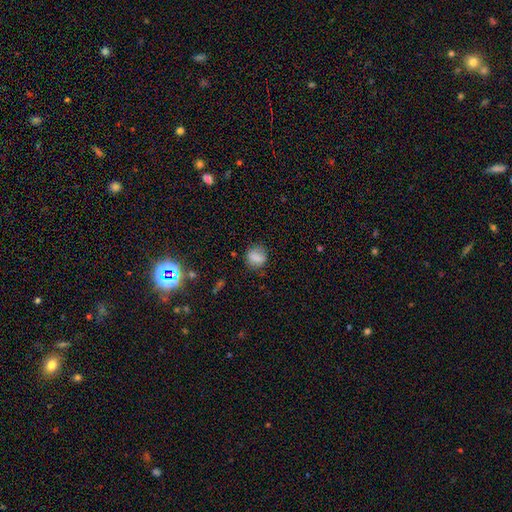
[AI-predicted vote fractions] smooth-or-featured: smooth: 75% | featured or disk: 13% | star or artifact: 11%
  how-rounded: round: 68% | in between: 30% | cigar-shaped: 2%
  merging: none: 78% | minor disturbance: 15% | major disturbance: 5% | merger: 2%